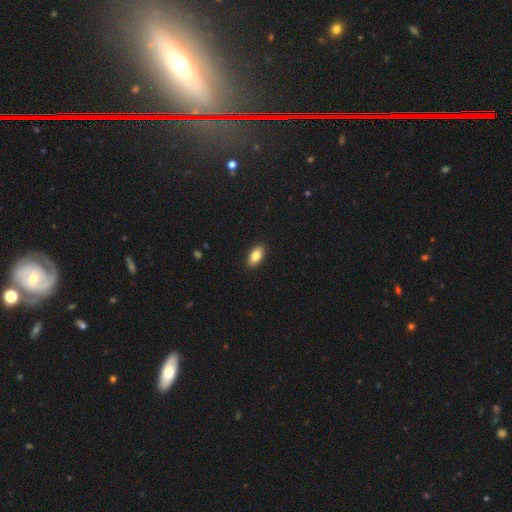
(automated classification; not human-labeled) smooth 84%, featured or disk 9%, star or artifact 7%. Down the decision tree: how rounded — in between (91%); merging — none (91%).